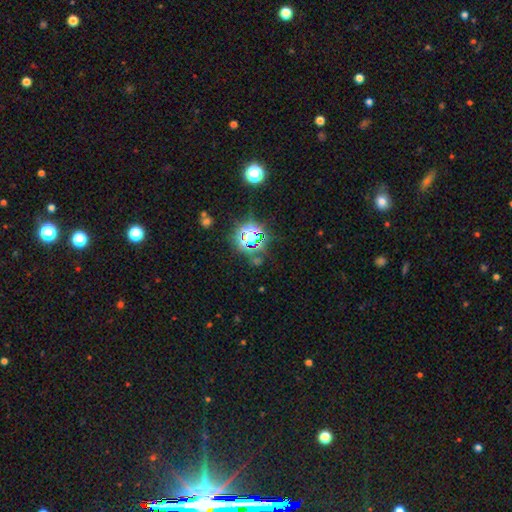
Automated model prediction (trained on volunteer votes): A star or artifact, not a galaxy (76%).

Vote fractions:
- Smooth or featured? star or artifact: 76% / smooth: 16% / featured or disk: 8%